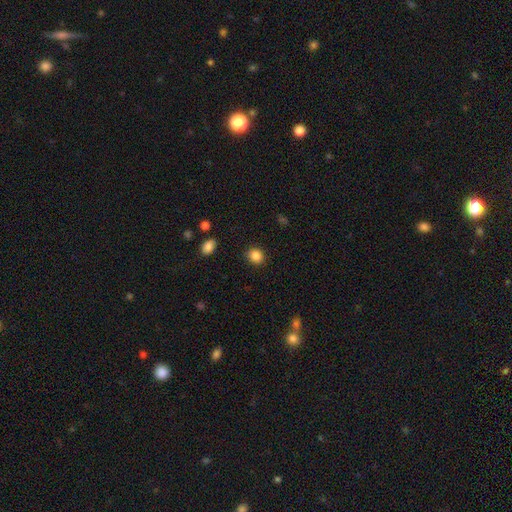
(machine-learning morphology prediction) Overall: smooth (86%). How rounded: round (76%). Merging: none (89%).